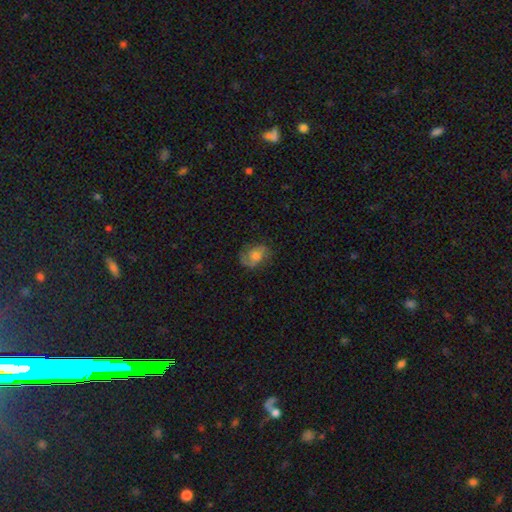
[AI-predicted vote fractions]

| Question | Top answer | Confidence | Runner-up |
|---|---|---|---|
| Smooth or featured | featured or disk | 45% | tied: smooth (45%) |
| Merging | none | 67% | minor disturbance (21%) |